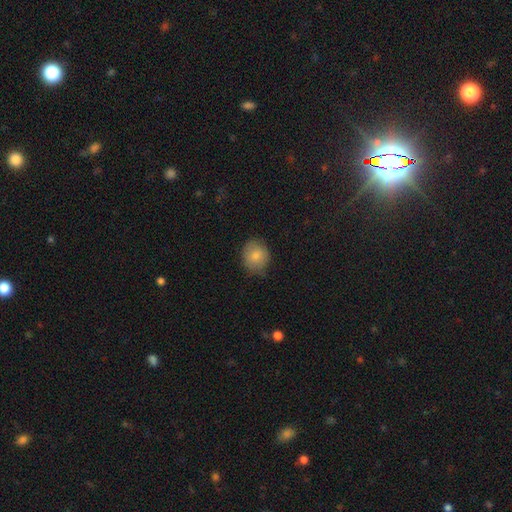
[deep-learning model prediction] The model was most divided on "how rounded": round: 73%, in between: 27%, cigar-shaped: 1%. More confident: smooth or featured — smooth (83%); merging — none (75%).